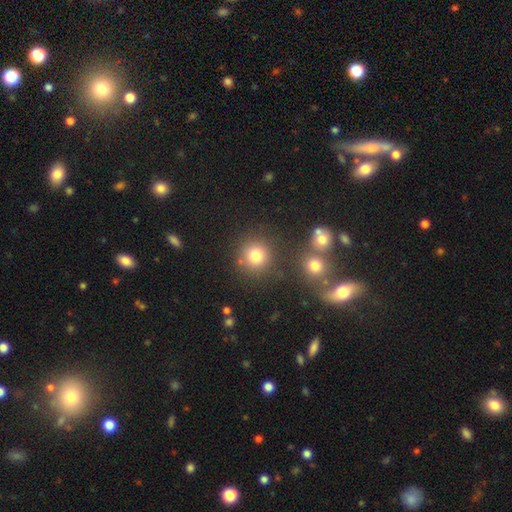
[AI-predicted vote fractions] Q: Smooth or featured?
A: smooth (78%); runner-up: star or artifact (15%)
Q: How rounded?
A: round (92%); runner-up: in between (7%)
Q: Merging?
A: none (79%); runner-up: merger (9%)